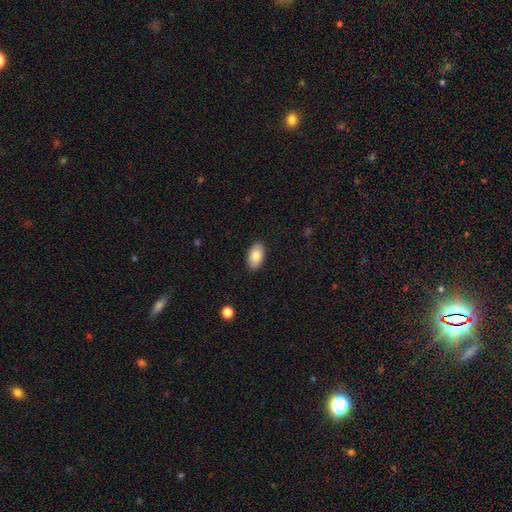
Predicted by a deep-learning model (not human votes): smooth-or-featured: smooth: 85% | featured or disk: 8% | star or artifact: 7%
  how-rounded: in between: 95% | round: 4% | cigar-shaped: 2%
  merging: none: 89% | minor disturbance: 8% | major disturbance: 2% | merger: 1%